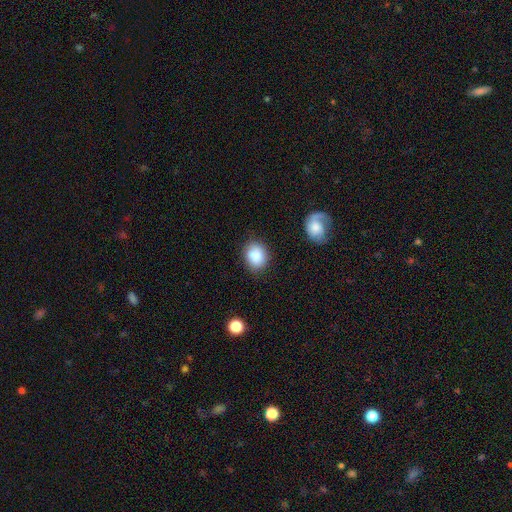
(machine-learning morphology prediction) The model was most divided on "how rounded": round: 57%, in between: 42%, cigar-shaped: 1%. More confident: smooth or featured — smooth (87%); merging — none (81%).